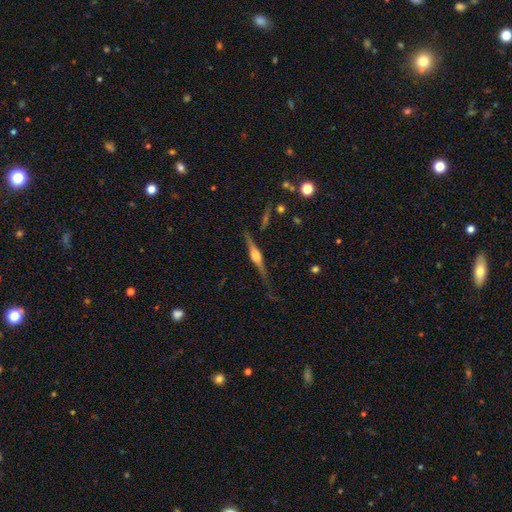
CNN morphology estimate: Smooth or featured? Predicted: featured or disk (p=0.79). Edge-on disk? Predicted: yes (p=0.97). Edge-on bulge? Predicted: rounded (p=0.84). Merging? Predicted: none (p=0.77).